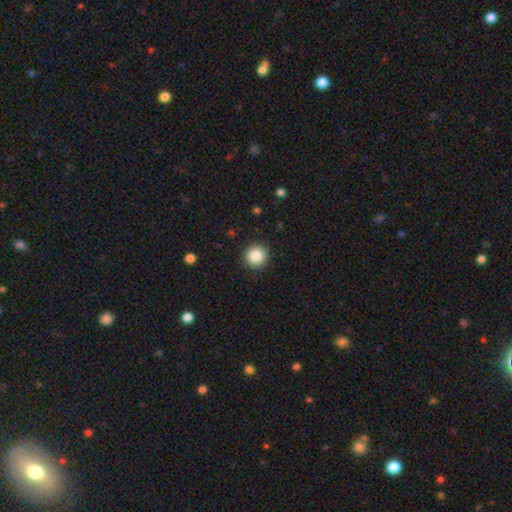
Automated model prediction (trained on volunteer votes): This appears to be a smooth galaxy with no disk features (86%) that is round (94%). Merging: none (92%).